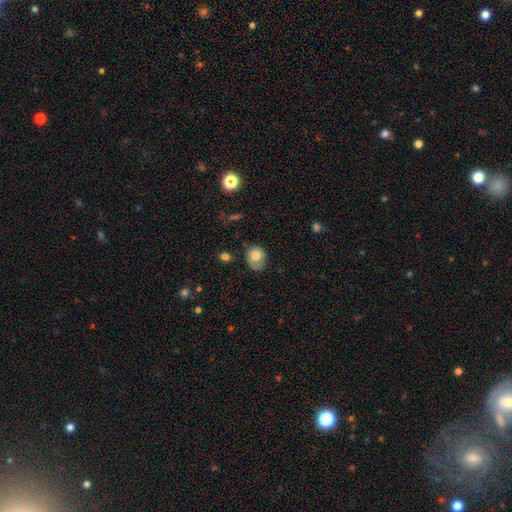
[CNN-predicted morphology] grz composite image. It shows a smooth galaxy with no disk features (73%) that is round (59%). Merging: none (63%).